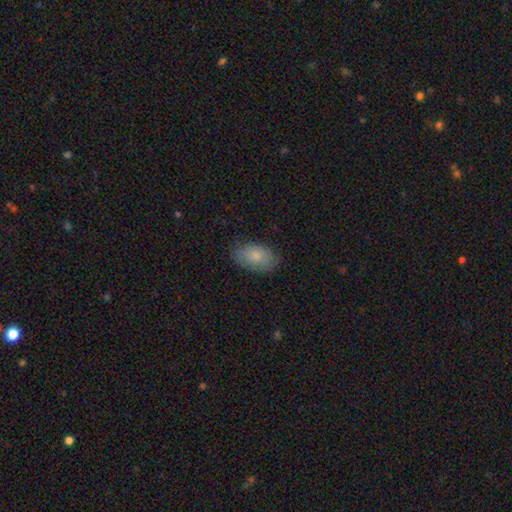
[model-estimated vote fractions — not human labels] The model was most divided on "merging": none: 80%, minor disturbance: 15%, major disturbance: 3%, merger: 1%. More confident: how rounded — in between (92%); smooth or featured — smooth (80%).